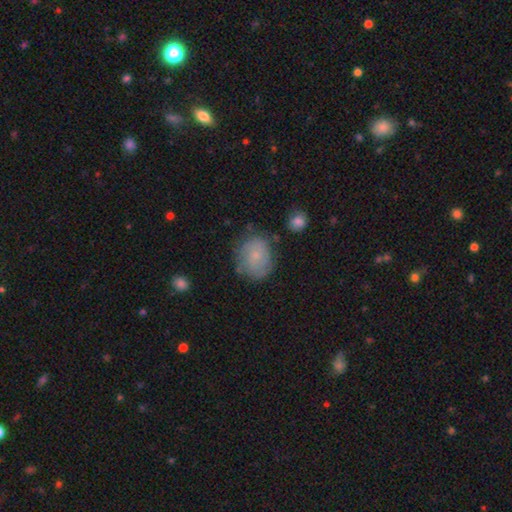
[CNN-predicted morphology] Smooth or featured: smooth — 66% (featured or disk — 25%)
How rounded: round — 63% (in between — 36%)
Merging: none — 63% (minor disturbance — 25%)